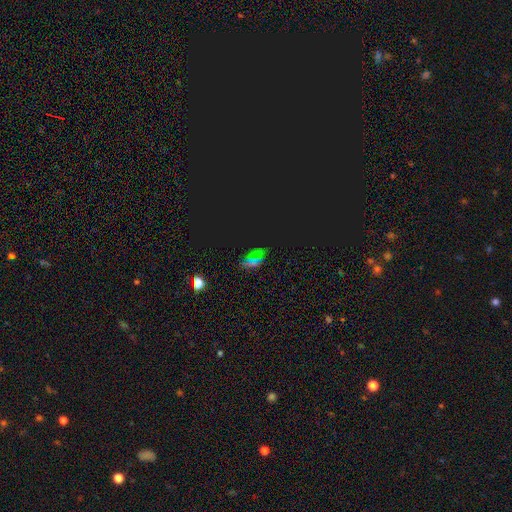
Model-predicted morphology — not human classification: star or artifact 62%, smooth 30%, featured or disk 9%.